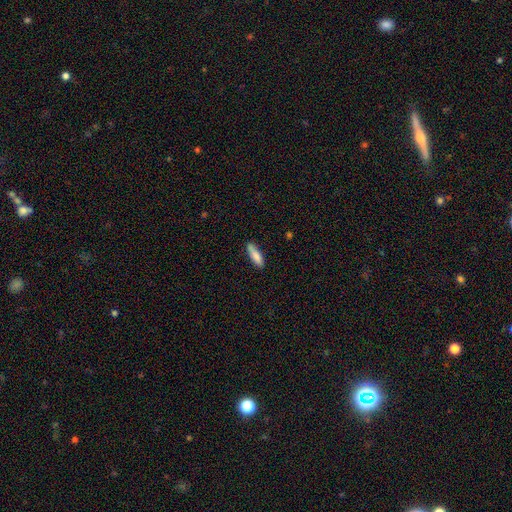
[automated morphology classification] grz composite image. It shows a smooth galaxy with no disk features (83%) that is cigar-shaped (61%). Merging: none (80%).